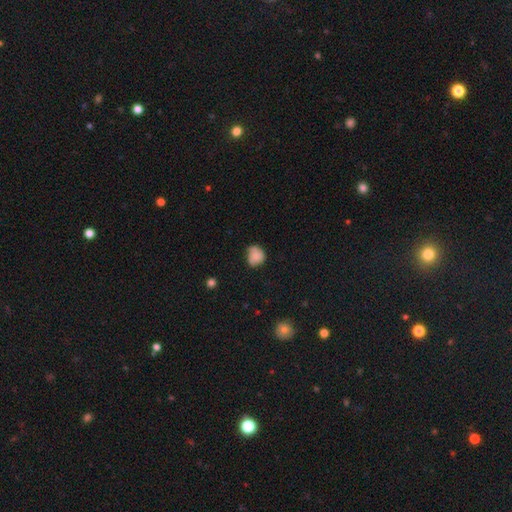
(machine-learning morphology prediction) smooth 77%, featured or disk 13%, star or artifact 10%. Down the decision tree: how rounded — round (61%); merging — none (46%).